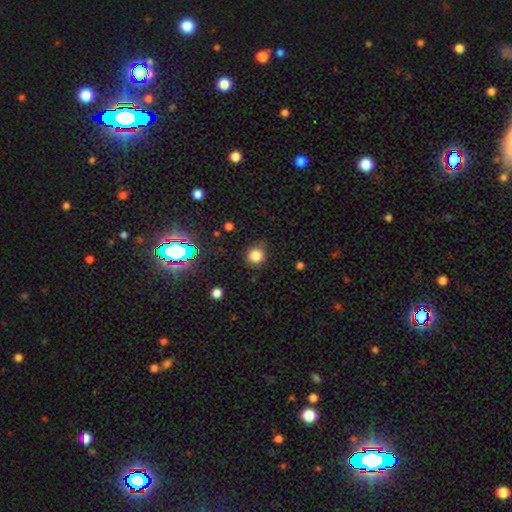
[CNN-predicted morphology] This is likely a smooth galaxy (80%). How rounded: clearly round (90%). Merging: likely none (79%).